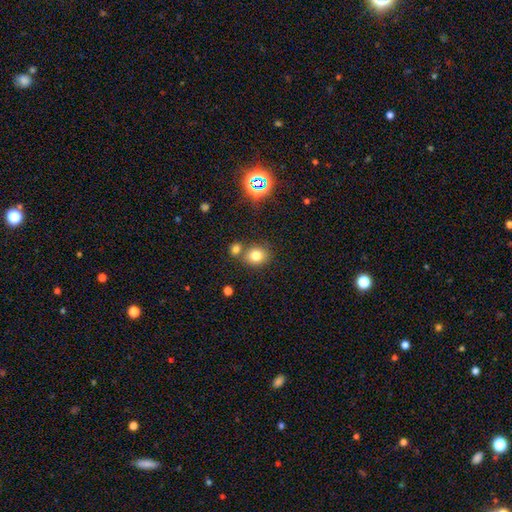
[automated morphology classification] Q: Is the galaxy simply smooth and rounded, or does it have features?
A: smooth — 77%.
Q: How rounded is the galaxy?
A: round — 73%.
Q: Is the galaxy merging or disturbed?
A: none — 65%.